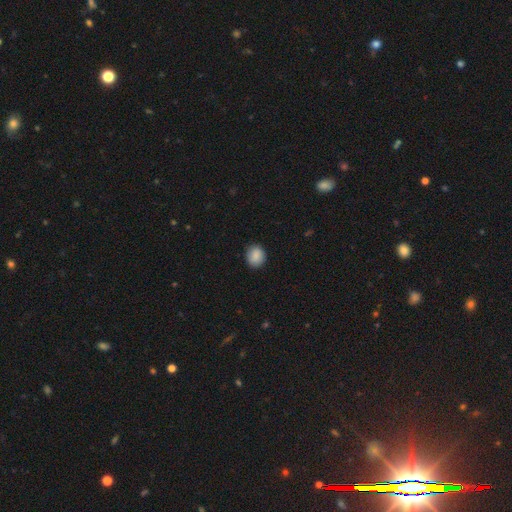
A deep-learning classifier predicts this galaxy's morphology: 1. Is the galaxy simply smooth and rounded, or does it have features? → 87% smooth, 7% star or artifact, 5% featured or disk.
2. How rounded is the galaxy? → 70% round, 29% in between, 1% cigar-shaped.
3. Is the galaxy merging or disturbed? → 87% none, 10% minor disturbance, 2% major disturbance, 1% merger.